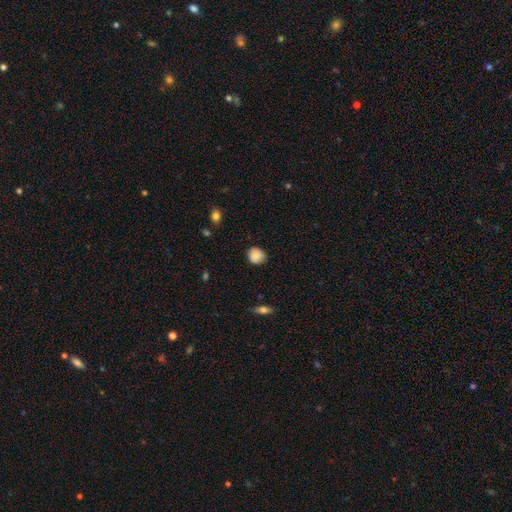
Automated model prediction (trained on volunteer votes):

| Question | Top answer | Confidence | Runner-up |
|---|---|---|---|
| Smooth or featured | smooth | 88% | star or artifact (8%) |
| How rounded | round | 84% | in between (15%) |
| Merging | none | 84% | minor disturbance (12%) |